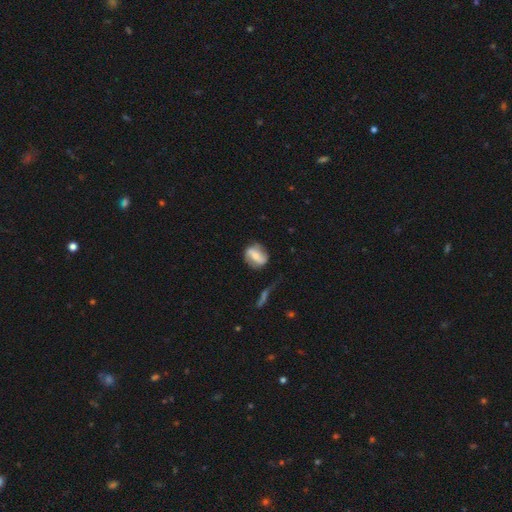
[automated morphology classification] Smooth or featured?
  - featured or disk: 60% *
  - smooth: 33%
  - star or artifact: 7%
Edge-on disk?
  - no: 94% *
  - yes: 6%
Bar?
  - strong: 49% *
  - weak: 30%
  - no: 21%
Spiral arms?
  - yes: 78% *
  - no: 22%
Bulge size?
  - small: 47% *
  - moderate: 44%
  - none: 5%
  - large: 3%
  - dominant: 1%
Merging?
  - none: 72% *
  - minor disturbance: 19%
  - major disturbance: 7%
  - merger: 3%